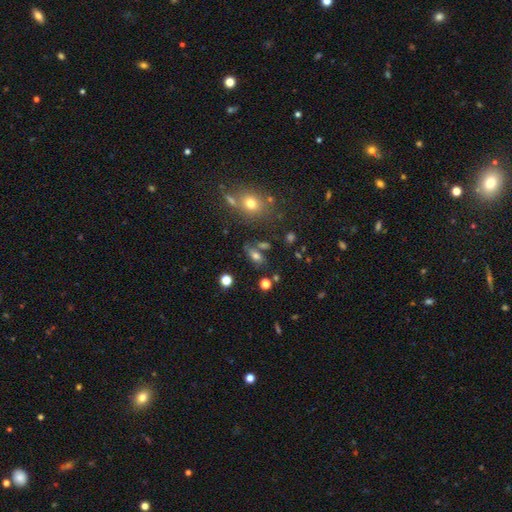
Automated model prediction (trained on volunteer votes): Smooth or featured? Predicted: smooth (p=0.66). How rounded? Predicted: in between (p=0.78). Merging? Predicted: none (p=0.64).